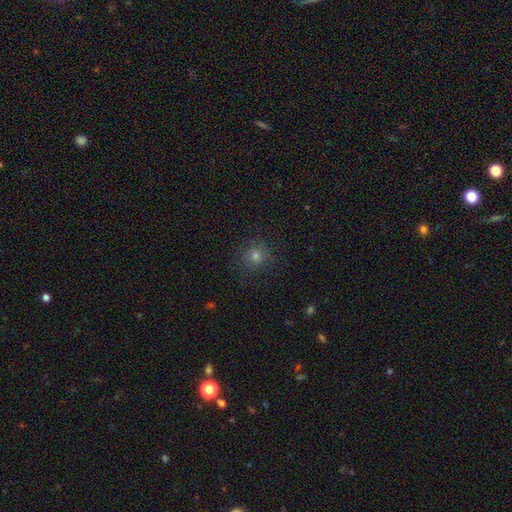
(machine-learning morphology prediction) Overall: smooth (61%; star or artifact 23%). How rounded: round (90%). Merging: none (84%).